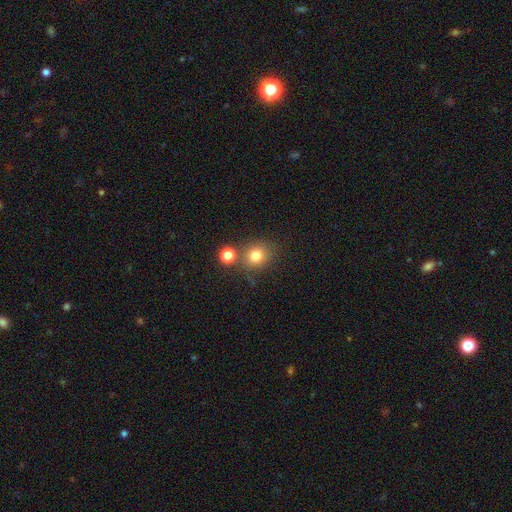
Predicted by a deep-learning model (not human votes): This is likely a smooth galaxy (78%). How rounded: clearly round (80%). Merging: likely none (68%).